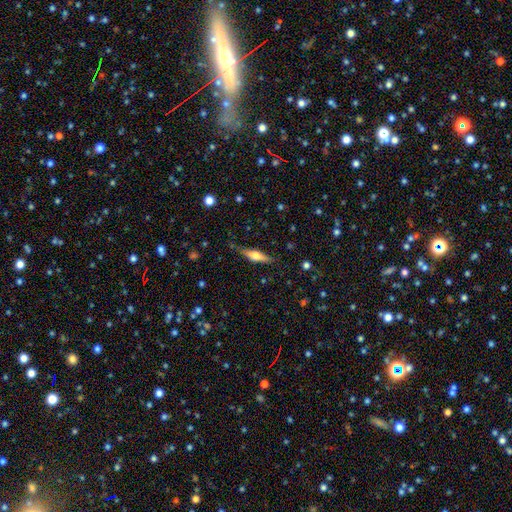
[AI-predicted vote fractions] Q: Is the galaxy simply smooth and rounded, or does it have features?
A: smooth — 47%, tied with featured or disk.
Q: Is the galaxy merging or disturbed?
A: none — 82%.